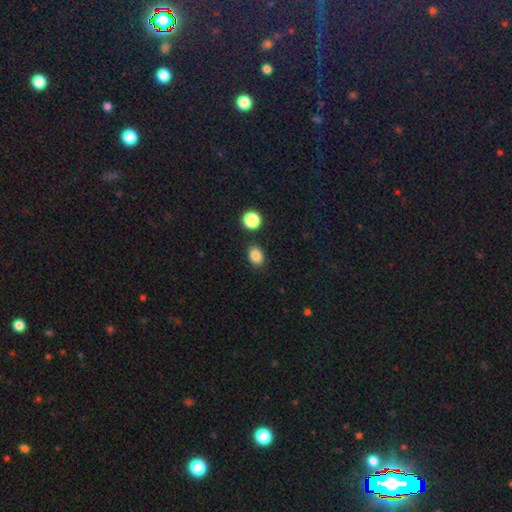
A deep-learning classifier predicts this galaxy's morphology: smooth-or-featured: smooth: 84% | star or artifact: 11% | featured or disk: 5%
  how-rounded: in between: 71% | round: 28% | cigar-shaped: 1%
  merging: none: 85% | minor disturbance: 9% | merger: 4% | major disturbance: 2%